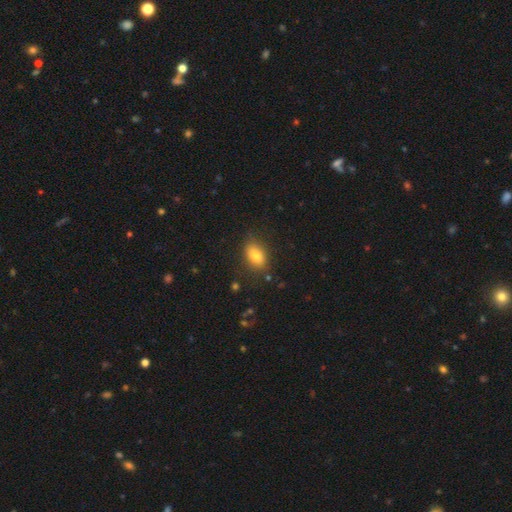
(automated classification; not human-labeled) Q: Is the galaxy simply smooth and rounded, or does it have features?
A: smooth — 79%.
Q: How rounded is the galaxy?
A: in between — 85%.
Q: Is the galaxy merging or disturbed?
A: none — 80%.